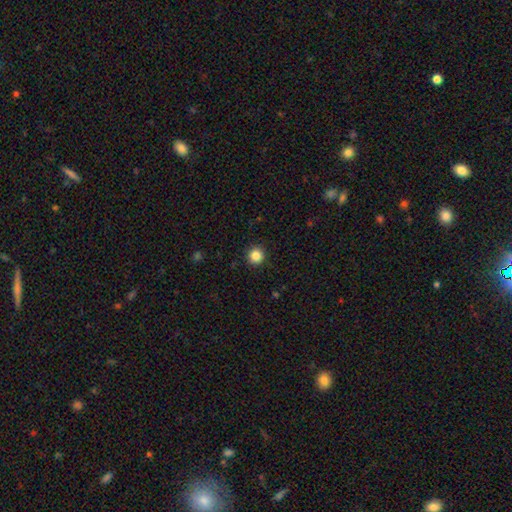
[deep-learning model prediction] The model was most divided on "smooth or featured": smooth: 86%, star or artifact: 11%, featured or disk: 4%. More confident: how rounded — round (95%); merging — none (93%).